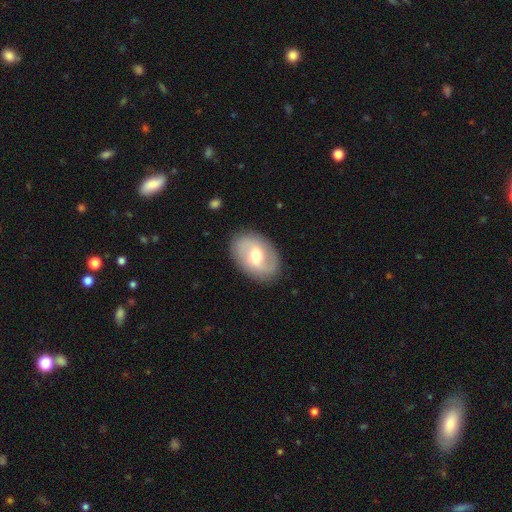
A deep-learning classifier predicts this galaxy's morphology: Smooth or featured: featured or disk — 51% (smooth — 42%)
Edge-on disk: no — 94% (yes — 6%)
Merging: none — 86% (minor disturbance — 10%)